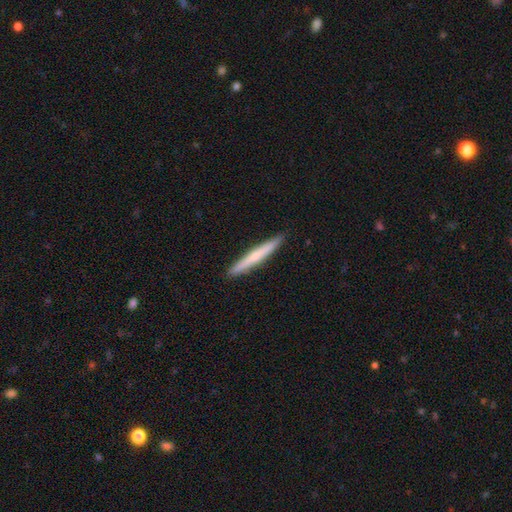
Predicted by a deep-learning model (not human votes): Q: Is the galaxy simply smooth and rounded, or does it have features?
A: smooth — 54%.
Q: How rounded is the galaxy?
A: cigar-shaped — 96%.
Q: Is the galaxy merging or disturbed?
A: none — 92%.